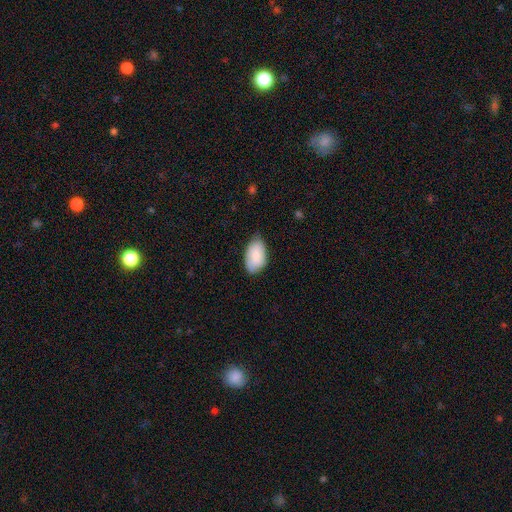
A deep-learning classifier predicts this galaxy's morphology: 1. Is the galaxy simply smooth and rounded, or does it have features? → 86% smooth, 8% featured or disk, 6% star or artifact.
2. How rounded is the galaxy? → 95% in between, 4% round, 1% cigar-shaped.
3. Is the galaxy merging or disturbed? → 65% none, 30% minor disturbance, 4% major disturbance, 1% merger.